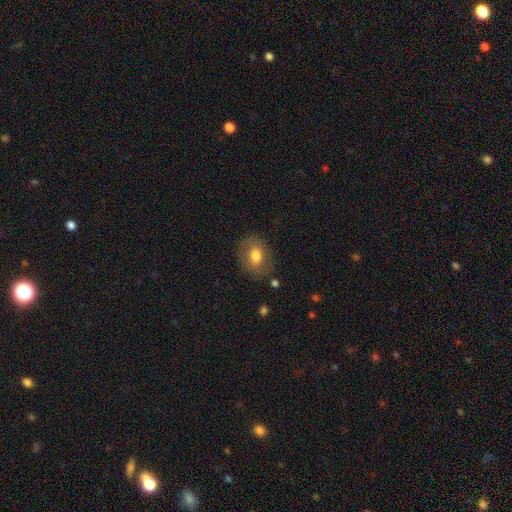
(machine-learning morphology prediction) smooth 70%, featured or disk 21%, star or artifact 8%. Down the decision tree: how rounded — in between (56%); merging — none (79%).